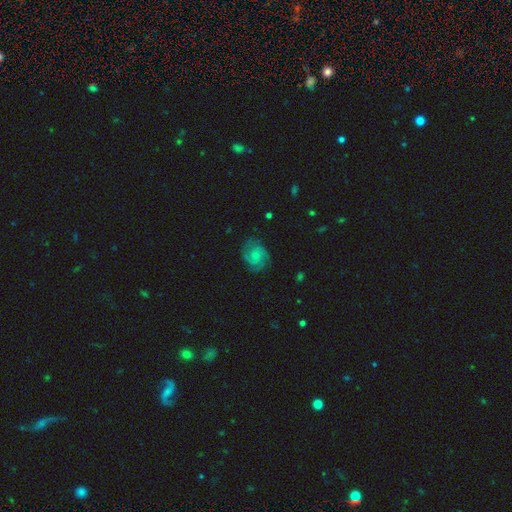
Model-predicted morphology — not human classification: Overall: featured or disk (72%). Edge-on disk: no (98%). Bar: no (74%). Spiral arms: yes (95%). Spiral arm count: 2 (32%; 3 31%). Spiral winding: tight (46%; medium 43%). Bulge size: small (67%). Merging: none (75%).